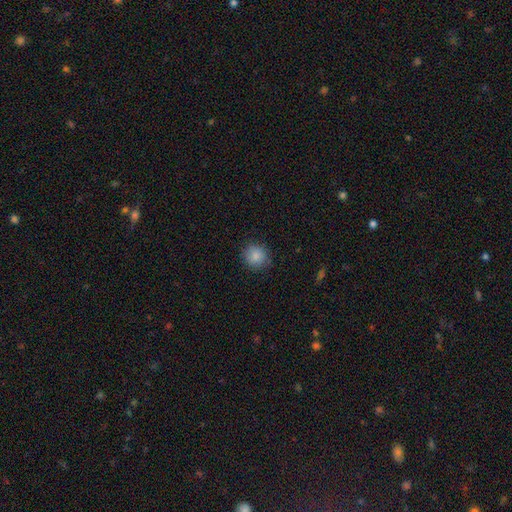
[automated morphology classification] A smooth galaxy with no disk features (86%) that is round (90%). Merging: none (87%).